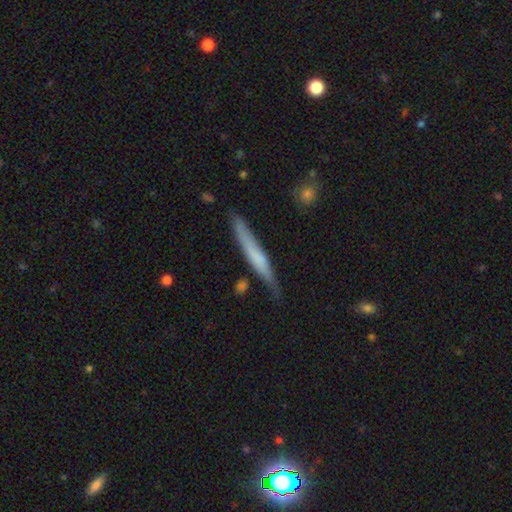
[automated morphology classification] Smooth or featured?
  - smooth: 53% *
  - featured or disk: 41%
  - star or artifact: 6%
How rounded?
  - cigar-shaped: 95% *
  - in between: 4%
  - round: 1%
Merging?
  - none: 73% *
  - minor disturbance: 20%
  - major disturbance: 4%
  - merger: 3%